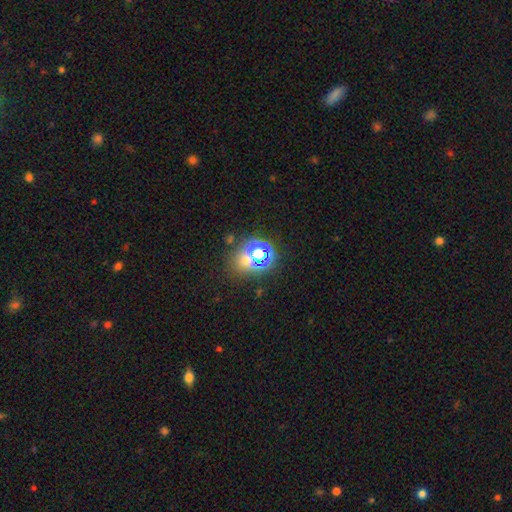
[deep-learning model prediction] Q: Smooth or featured?
A: star or artifact (52%); runner-up: smooth (36%)